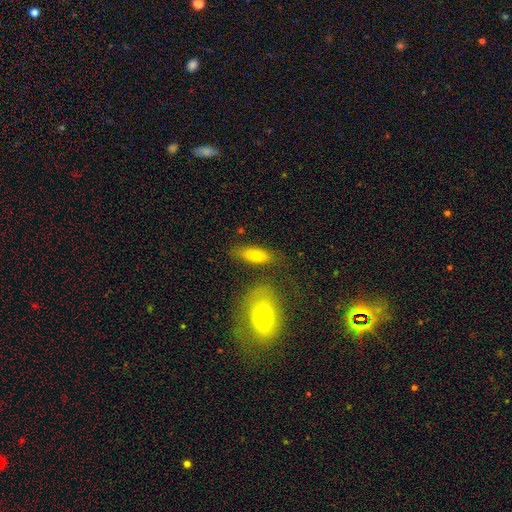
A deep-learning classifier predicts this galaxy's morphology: smooth-or-featured: smooth: 72% | featured or disk: 19% | star or artifact: 8%
  how-rounded: in between: 75% | cigar-shaped: 21% | round: 5%
  merging: none: 72% | minor disturbance: 14% | merger: 10% | major disturbance: 5%